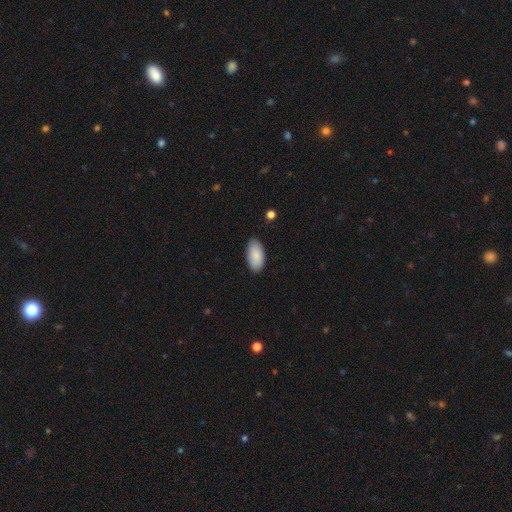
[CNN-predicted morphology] A smooth galaxy with no disk features (88%) that is in between round and cigar-shaped (95%).

Vote fractions:
- Smooth or featured? smooth: 88% / featured or disk: 6% / star or artifact: 6%
- How rounded? in between: 95% / cigar-shaped: 3% / round: 2%
- Merging? none: 85% / minor disturbance: 12% / major disturbance: 2% / merger: 1%